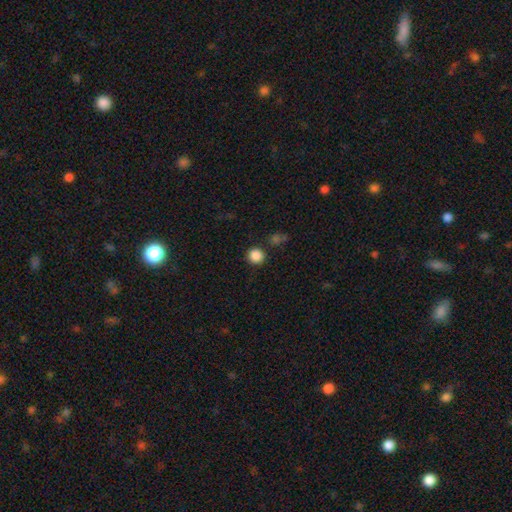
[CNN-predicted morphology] The model was most divided on "smooth or featured": smooth: 87%, star or artifact: 10%, featured or disk: 3%. More confident: how rounded — round (94%); merging — none (88%).